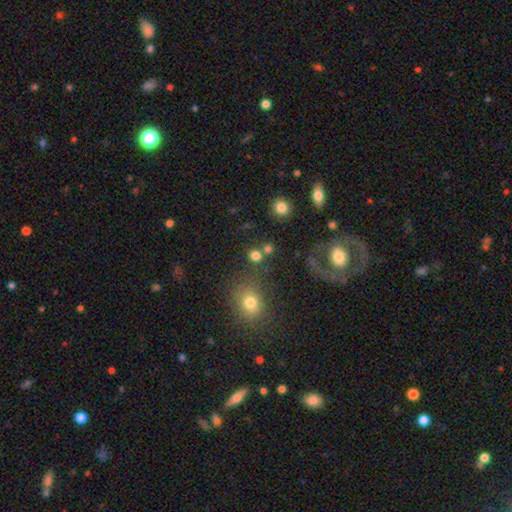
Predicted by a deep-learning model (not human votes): smooth 78%, star or artifact 15%, featured or disk 7%. Down the decision tree: how rounded — round (85%); merging — none (70%).